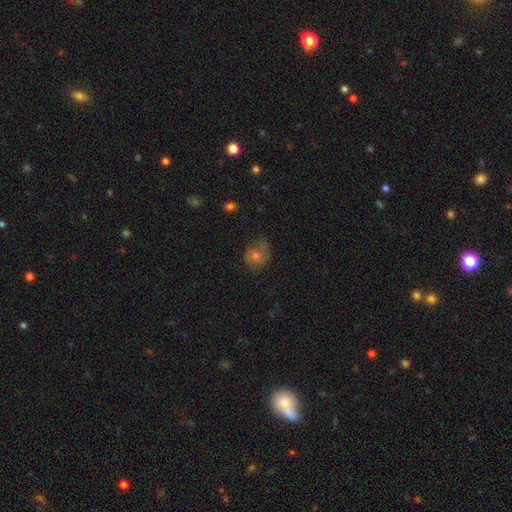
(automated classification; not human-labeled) smooth 53%, featured or disk 33%, star or artifact 13%. Down the decision tree: how rounded — round (65%); merging — none (56%).